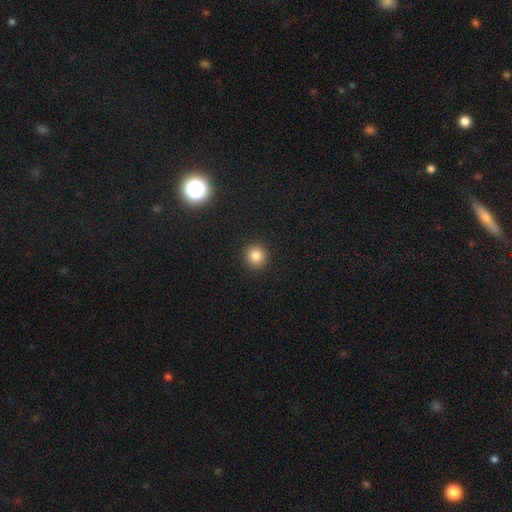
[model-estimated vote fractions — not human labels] Q: Smooth or featured?
A: smooth (84%); runner-up: star or artifact (12%)
Q: How rounded?
A: round (92%); runner-up: in between (7%)
Q: Merging?
A: none (92%); runner-up: minor disturbance (5%)